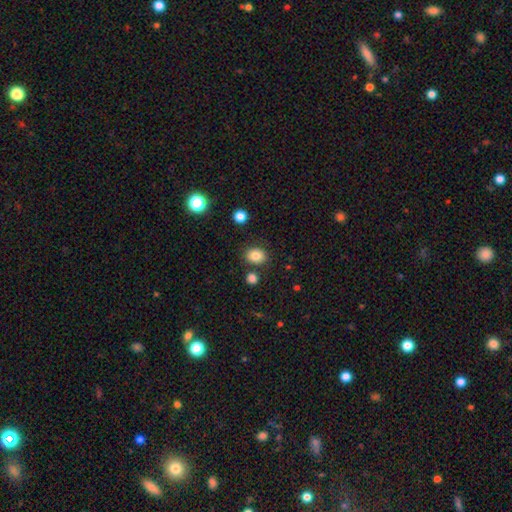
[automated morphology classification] This is clearly a smooth galaxy (83%). How rounded: possibly in between (50%). Merging: clearly none (81%).